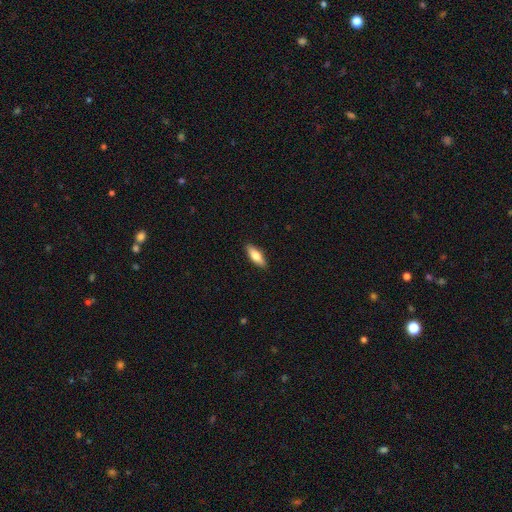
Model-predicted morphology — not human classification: The model was most divided on "how rounded": in between: 62%, cigar-shaped: 36%, round: 2%. More confident: merging — none (89%); smooth or featured — smooth (73%).